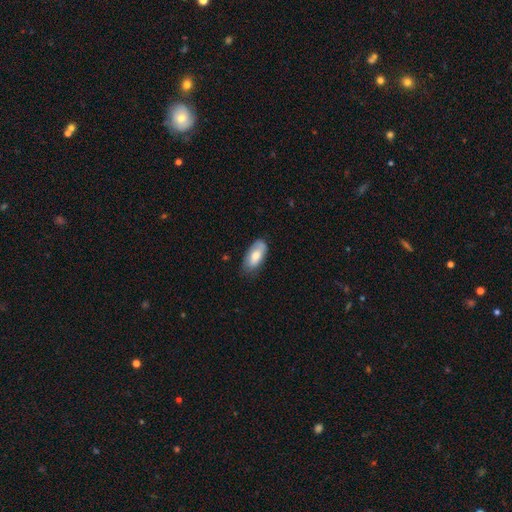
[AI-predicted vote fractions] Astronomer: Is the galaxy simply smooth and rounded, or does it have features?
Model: smooth — 71%.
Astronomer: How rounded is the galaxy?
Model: in between — 91%.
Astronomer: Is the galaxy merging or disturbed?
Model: none — 67%.